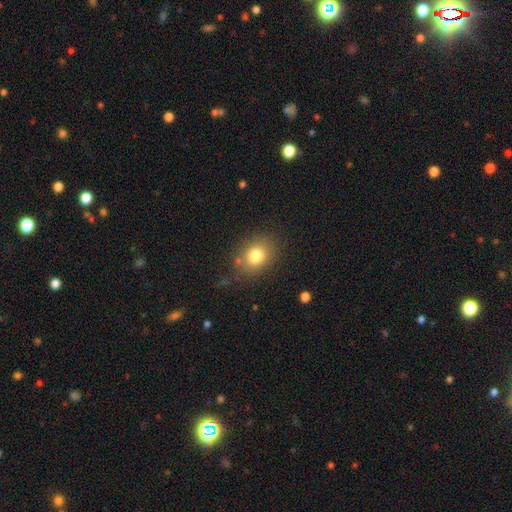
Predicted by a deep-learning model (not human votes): smooth_or_featured: smooth (p=0.80) [alt: star or artifact p=0.11]
how_rounded: round (p=0.51) [alt: in between p=0.48]
merging: none (p=0.79) [alt: minor disturbance p=0.13]